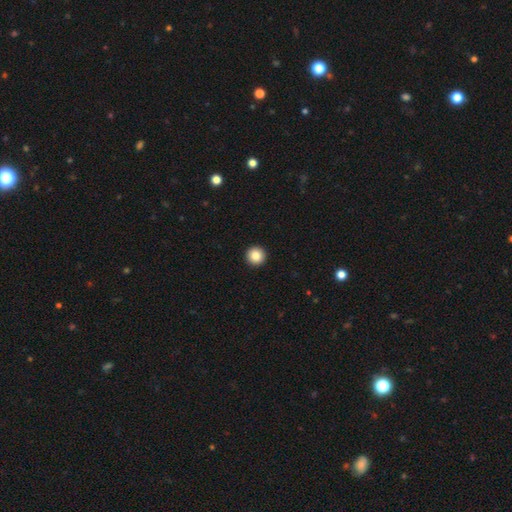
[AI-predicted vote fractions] smooth-or-featured: smooth: 86% | star or artifact: 9% | featured or disk: 5%
  how-rounded: round: 96% | in between: 3% | cigar-shaped: 1%
  merging: none: 94% | minor disturbance: 3% | major disturbance: 1% | merger: 1%